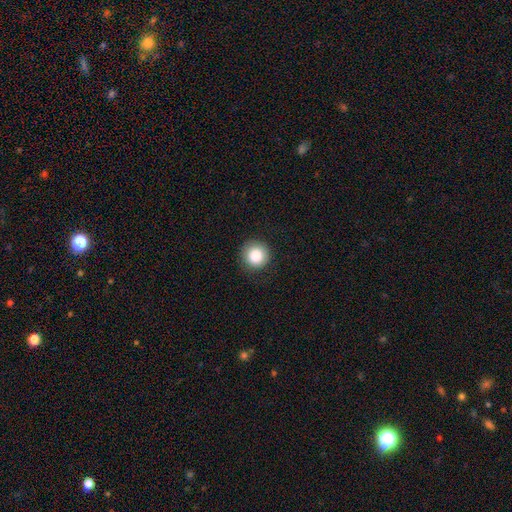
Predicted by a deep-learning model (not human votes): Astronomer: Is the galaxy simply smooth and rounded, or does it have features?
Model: smooth — 87%.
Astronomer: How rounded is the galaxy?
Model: round — 95%.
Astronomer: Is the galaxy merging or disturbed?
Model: none — 88%.